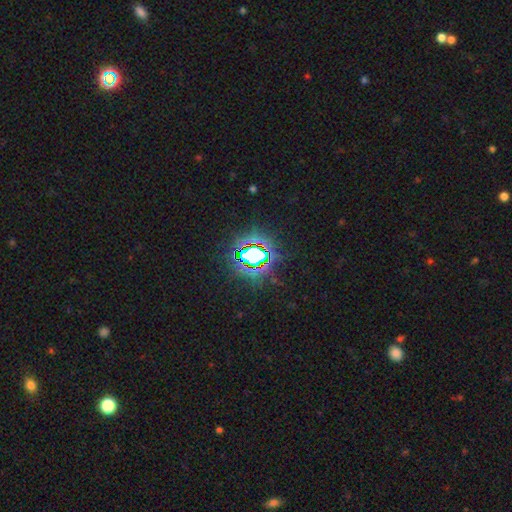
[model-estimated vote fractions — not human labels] smooth_or_featured: star or artifact (p=0.74) [alt: smooth p=0.16]